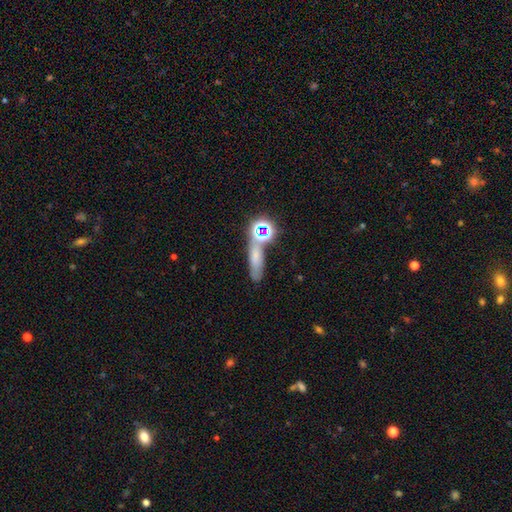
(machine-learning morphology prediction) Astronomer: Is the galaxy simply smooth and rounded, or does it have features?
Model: smooth — 55%.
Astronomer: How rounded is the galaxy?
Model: cigar-shaped — 50% (runner-up: in between, 35%).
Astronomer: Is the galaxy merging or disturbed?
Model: none — 59%.